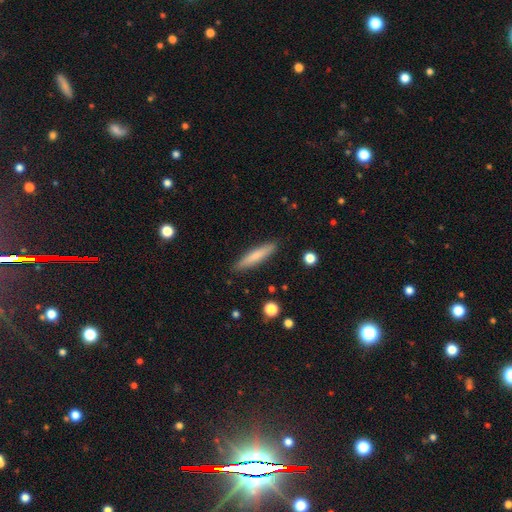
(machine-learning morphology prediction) smooth 73%, featured or disk 21%, star or artifact 6%. Down the decision tree: how rounded — cigar-shaped (90%); merging — none (90%).